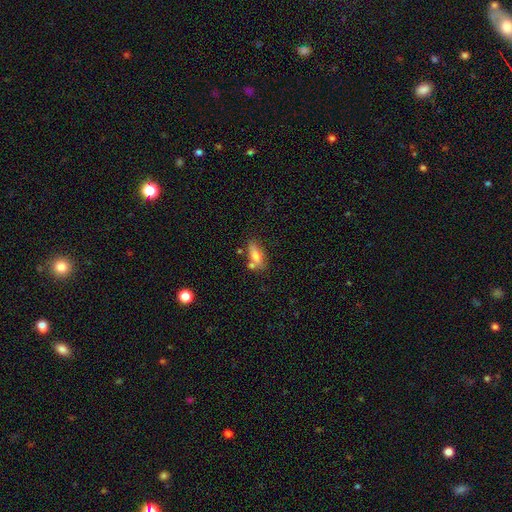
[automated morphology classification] The model was most divided on "how rounded": in between: 64%, cigar-shaped: 32%, round: 4%. More confident: smooth or featured — smooth (70%); merging — none (57%).